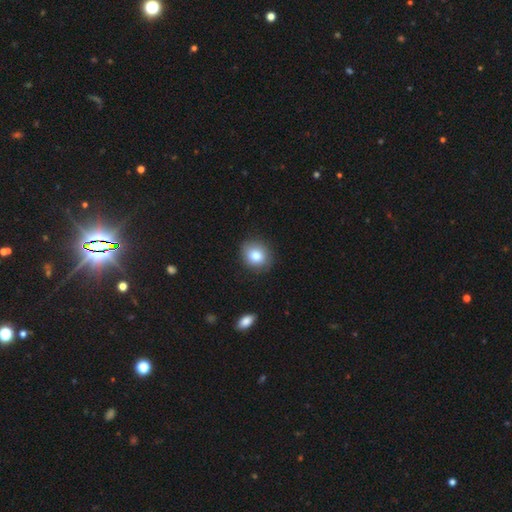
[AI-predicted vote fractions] Smooth or featured: smooth — 81% (featured or disk — 10%)
How rounded: round — 73% (in between — 26%)
Merging: none — 86% (minor disturbance — 10%)